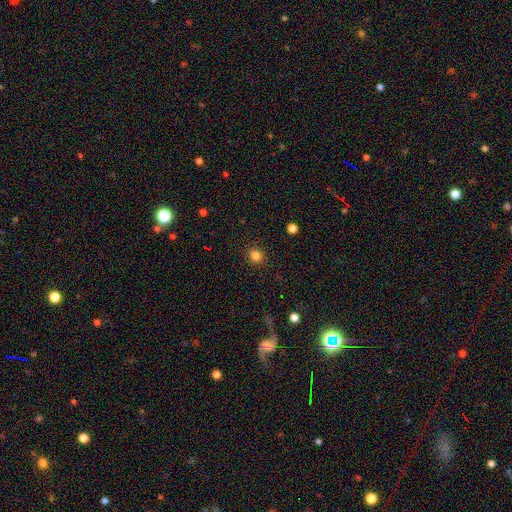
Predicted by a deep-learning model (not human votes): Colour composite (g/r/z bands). It shows a smooth galaxy with no disk features (83%) that is round (90%). Merging: none (91%).